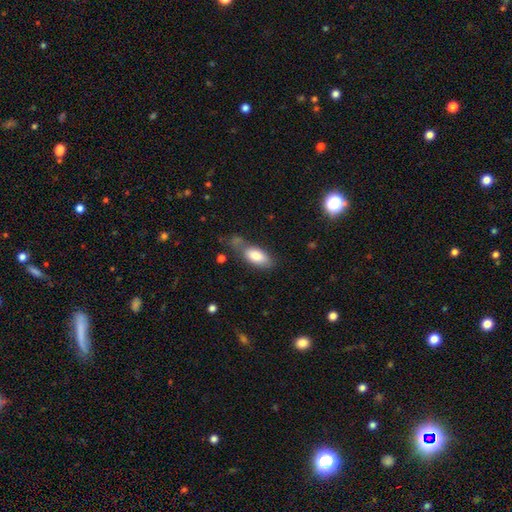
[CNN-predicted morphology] Smooth or featured? smooth (80%)
How rounded? in between (87%)
Merging? none (51%)